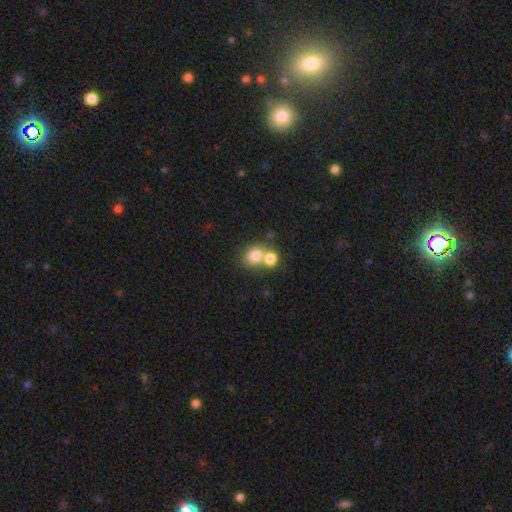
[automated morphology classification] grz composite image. It shows a smooth galaxy with no disk features (78%) that is round (66%). Merging: merger (53%).